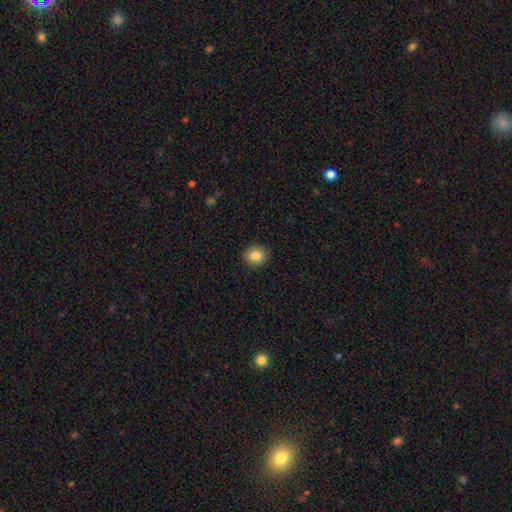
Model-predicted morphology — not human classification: Overall: smooth (84%). How rounded: round (86%). Merging: none (91%).